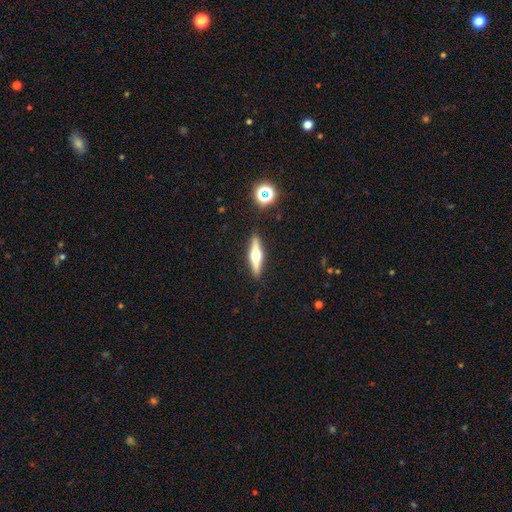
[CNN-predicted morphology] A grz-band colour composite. It shows a featured or disk galaxy (70%) viewed edge-on (97%) with a rounded central bulge (95%). Merging: none (91%).